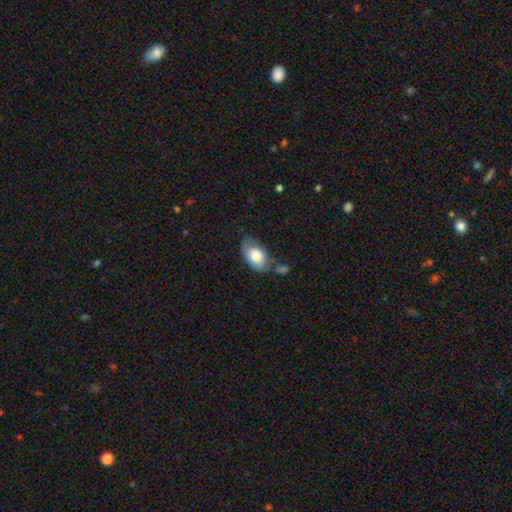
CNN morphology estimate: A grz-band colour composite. It shows a smooth galaxy with no disk features (74%) that is in between round and cigar-shaped (92%). Merging: none (55%).